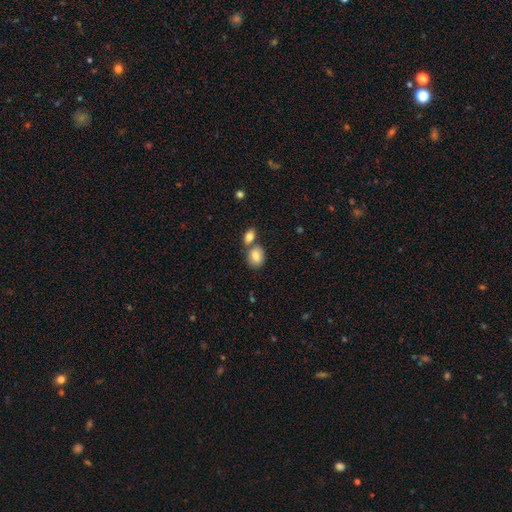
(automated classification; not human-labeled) This is clearly a smooth galaxy (81%). How rounded: likely in between (64%). Merging: possibly none (53%).